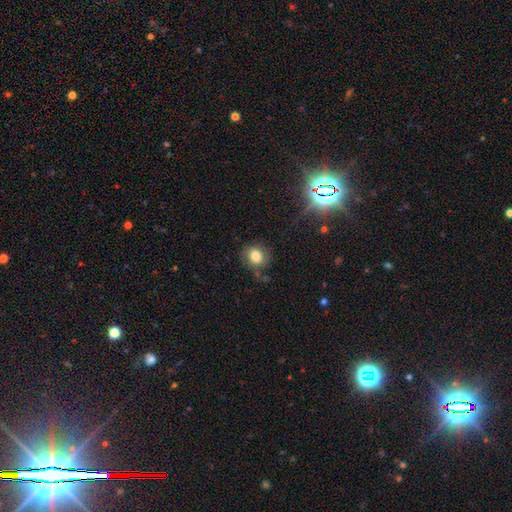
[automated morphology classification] Q: Smooth or featured?
A: smooth (76%); runner-up: featured or disk (13%)
Q: How rounded?
A: round (66%); runner-up: in between (33%)
Q: Merging?
A: none (64%); runner-up: minor disturbance (22%)